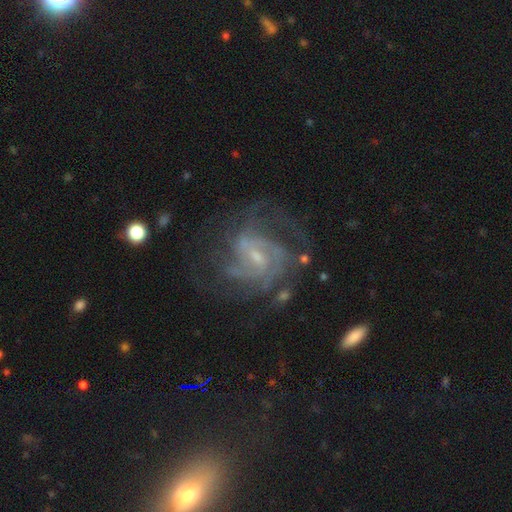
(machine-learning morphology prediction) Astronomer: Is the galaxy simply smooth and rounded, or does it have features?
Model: featured or disk — 86%.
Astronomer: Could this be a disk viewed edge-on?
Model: no — 97%.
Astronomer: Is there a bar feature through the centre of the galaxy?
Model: weak — 58%.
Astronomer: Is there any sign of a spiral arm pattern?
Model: yes — 94%.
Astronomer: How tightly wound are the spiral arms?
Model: medium — 44% (runner-up: tight, 42%).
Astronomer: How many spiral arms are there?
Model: can't tell — 30% (runner-up: 2, 24%).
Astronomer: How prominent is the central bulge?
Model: small — 59%.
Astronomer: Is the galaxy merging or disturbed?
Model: none — 63%.